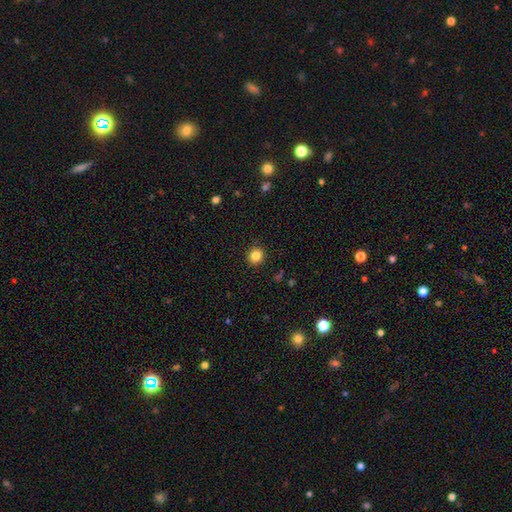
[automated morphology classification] This appears to be a smooth galaxy with no disk features (84%) that is round (88%). Merging: none (91%).